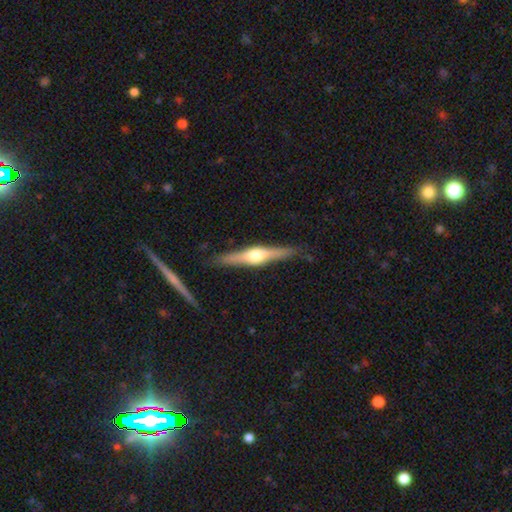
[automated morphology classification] type=featured or disk (73%); edge-on=yes (97%); edge-on bulge=rounded (92%); merging=none (87%).